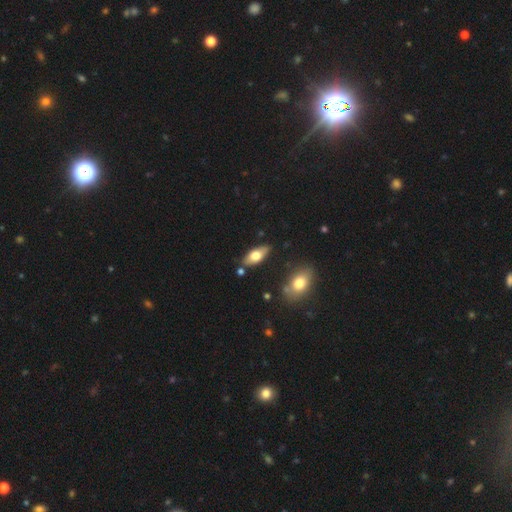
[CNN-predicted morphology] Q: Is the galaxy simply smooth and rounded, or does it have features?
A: smooth — 67%.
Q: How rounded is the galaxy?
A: in between — 81%.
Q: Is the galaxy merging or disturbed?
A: none — 80%.